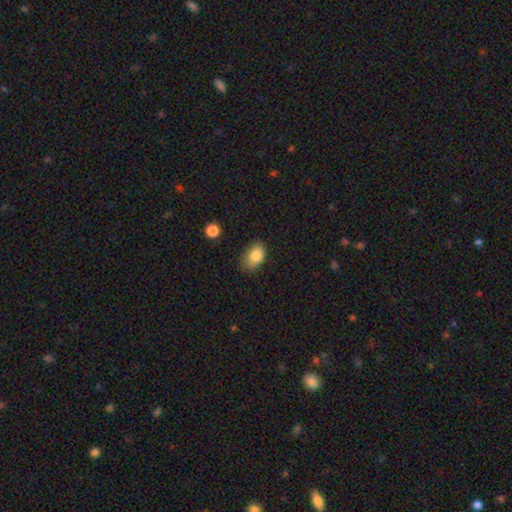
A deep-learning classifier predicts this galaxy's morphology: Q: Smooth or featured?
A: smooth (83%); runner-up: star or artifact (8%)
Q: How rounded?
A: in between (84%); runner-up: round (15%)
Q: Merging?
A: none (57%); runner-up: minor disturbance (32%)